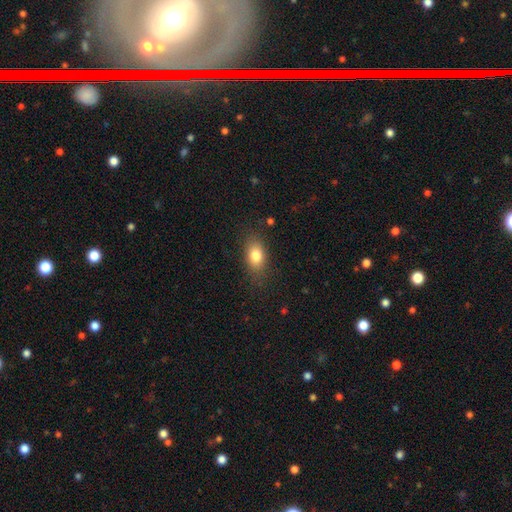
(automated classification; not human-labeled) smooth-or-featured: smooth: 81% | featured or disk: 10% | star or artifact: 9%
  how-rounded: in between: 82% | round: 13% | cigar-shaped: 4%
  merging: none: 82% | minor disturbance: 13% | major disturbance: 4% | merger: 1%